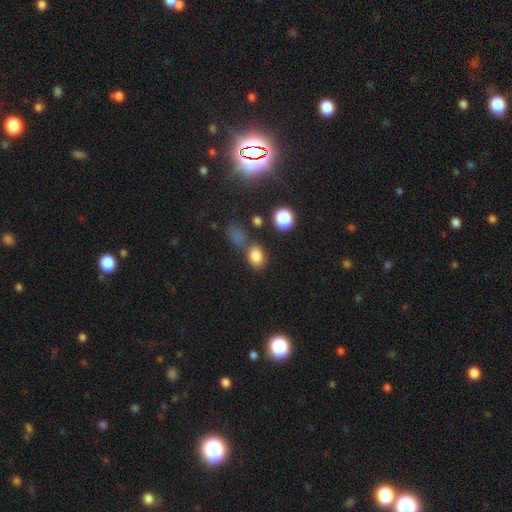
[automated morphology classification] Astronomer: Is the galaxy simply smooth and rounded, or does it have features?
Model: smooth — 80%.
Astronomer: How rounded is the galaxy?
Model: in between — 74%.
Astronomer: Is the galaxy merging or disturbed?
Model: none — 60%.